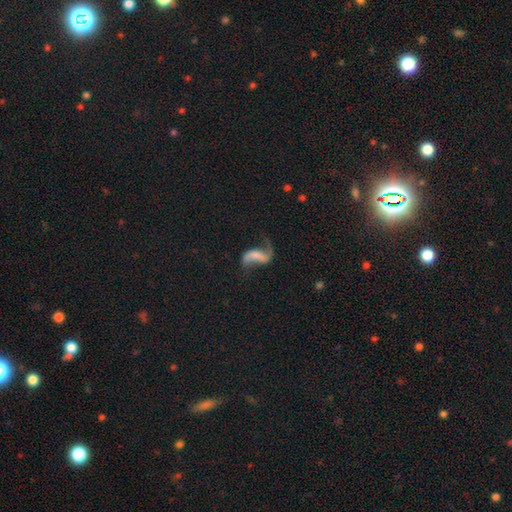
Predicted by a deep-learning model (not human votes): This is likely a featured or disk galaxy (78%). It is clearly not viewed edge-on (96%). Bar: marginally weak (35%). Spiral arm pattern: clearly yes (93%). Spiral arm count: clearly 2 (87%). Spiral winding: clearly loose (87%). Central bulge: possibly none (50%). Merging: possibly none (57%).